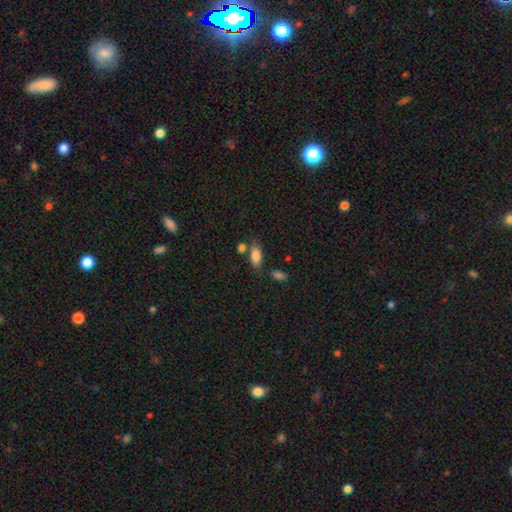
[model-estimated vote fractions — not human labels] This appears to be a smooth galaxy with no disk features (84%) that is in between round and cigar-shaped (86%). Merging: none (64%).